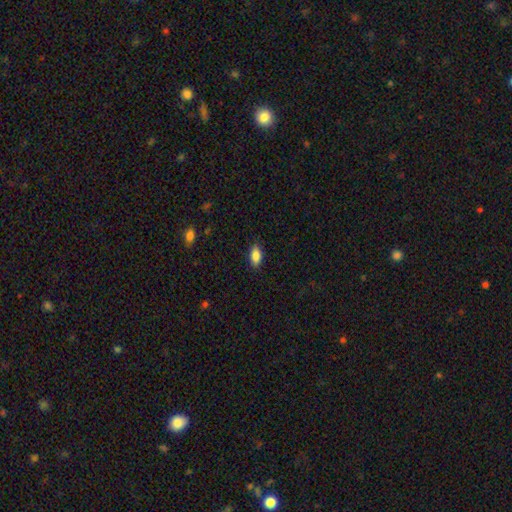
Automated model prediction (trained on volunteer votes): This is clearly a smooth galaxy (87%). How rounded: clearly in between (89%). Merging: clearly none (87%).